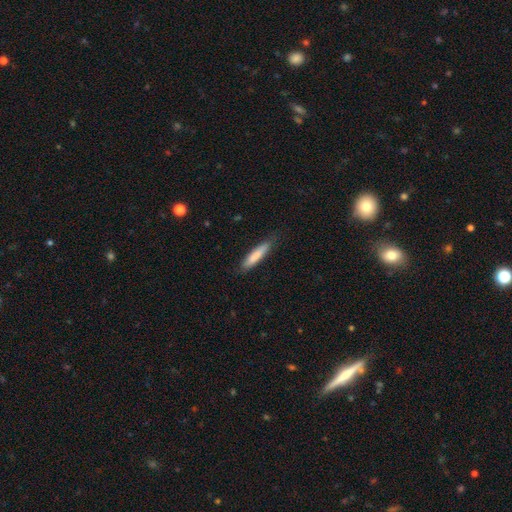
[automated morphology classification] smooth-or-featured: smooth: 81% | featured or disk: 13% | star or artifact: 6%
  how-rounded: cigar-shaped: 84% | in between: 14% | round: 1%
  merging: none: 82% | minor disturbance: 14% | major disturbance: 3% | merger: 1%